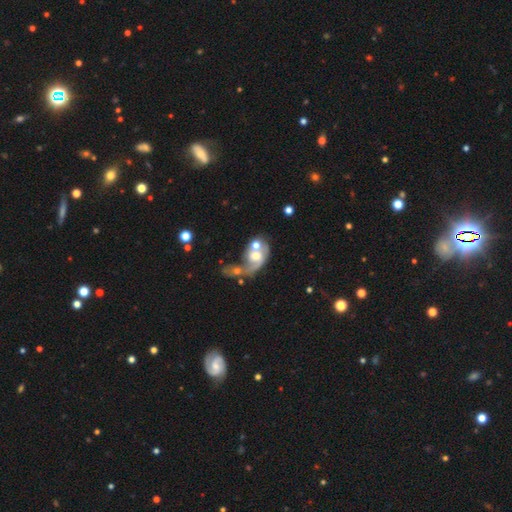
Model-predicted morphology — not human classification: type=featured or disk (61%); edge-on=no (96%); bar=no (70%); spiral arms=yes (65%); bulge=moderate (60%); merging=merger (60%).